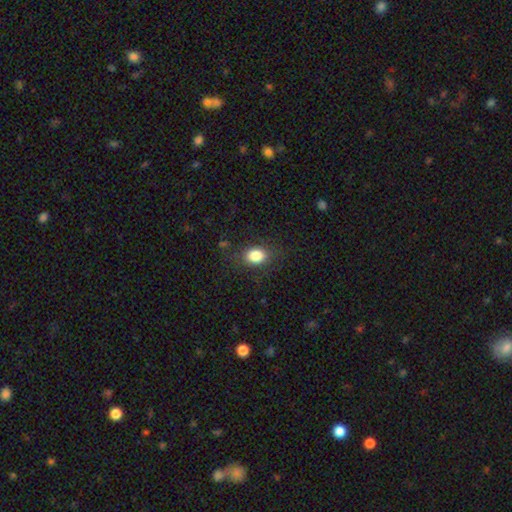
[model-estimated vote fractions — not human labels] Overall: smooth (84%). How rounded: in between (63%; round 35%). Merging: none (80%).